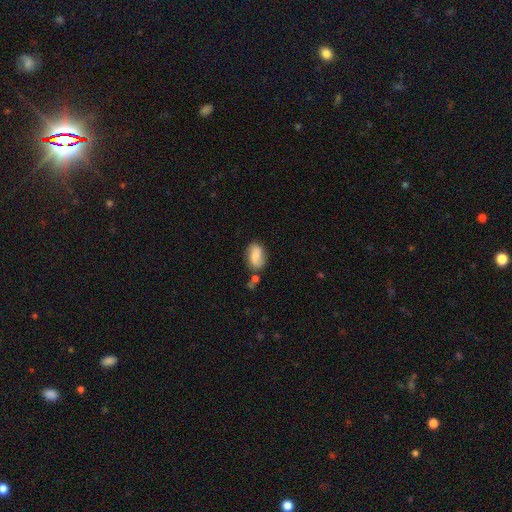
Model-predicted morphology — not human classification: type=smooth (62%); roundness=in between (85%); merging=none (62%).